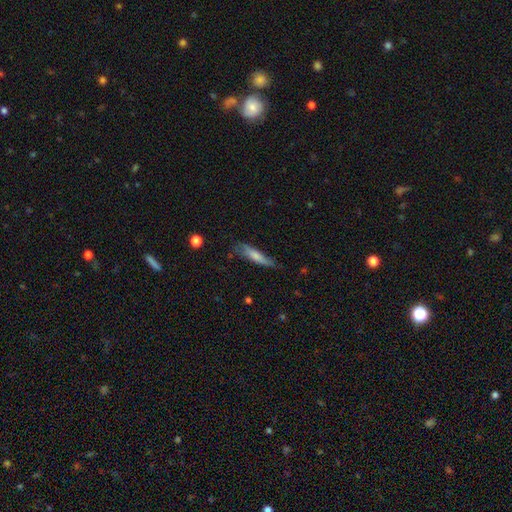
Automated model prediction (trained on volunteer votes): A smooth galaxy with no disk features (70%) that is cigar-shaped (80%). Merging: none (66%).